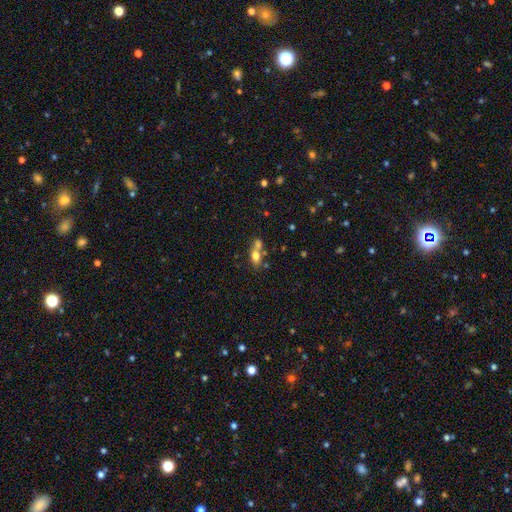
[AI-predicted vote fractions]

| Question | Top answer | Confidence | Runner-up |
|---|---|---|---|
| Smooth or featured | smooth | 69% | featured or disk (19%) |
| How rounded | in between | 69% | round (25%) |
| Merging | merger | 51% | none (34%) |